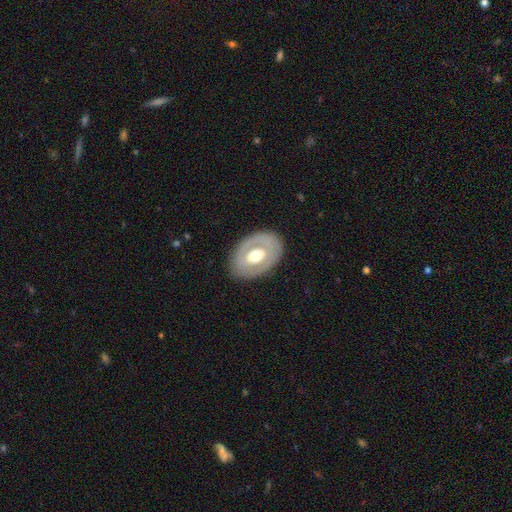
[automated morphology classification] smooth_or_featured: featured or disk (p=0.57) [alt: smooth p=0.38]
disk_edge_on: no (p=0.91) [alt: yes p=0.09]
bar: no (p=0.74) [alt: weak p=0.18]
has_spiral_arms: no (p=0.86) [alt: yes p=0.14]
bulge_size: moderate (p=0.66) [alt: large p=0.23]
merging: none (p=0.82) [alt: minor disturbance p=0.12]